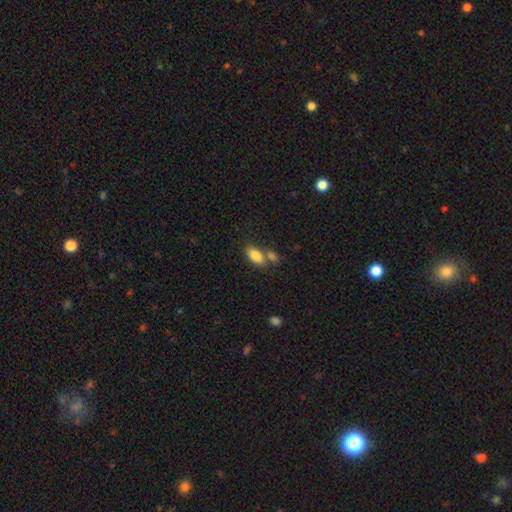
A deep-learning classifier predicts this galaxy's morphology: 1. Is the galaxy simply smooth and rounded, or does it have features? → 84% smooth, 8% featured or disk, 8% star or artifact.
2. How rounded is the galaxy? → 89% in between, 6% cigar-shaped, 5% round.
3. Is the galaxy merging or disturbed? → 54% none, 30% merger, 12% minor disturbance, 4% major disturbance.